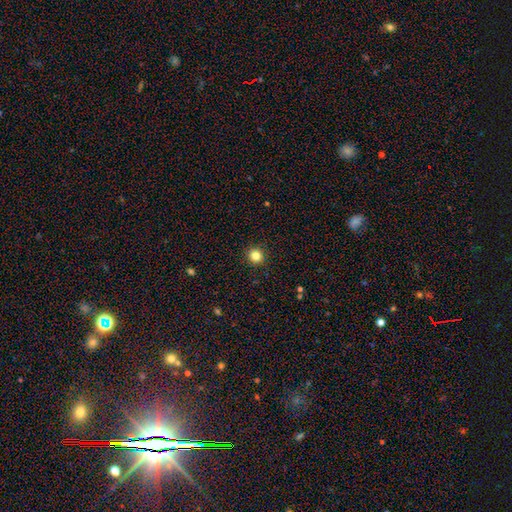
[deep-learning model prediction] This is clearly a smooth galaxy (83%). How rounded: clearly round (93%). Merging: clearly none (92%).